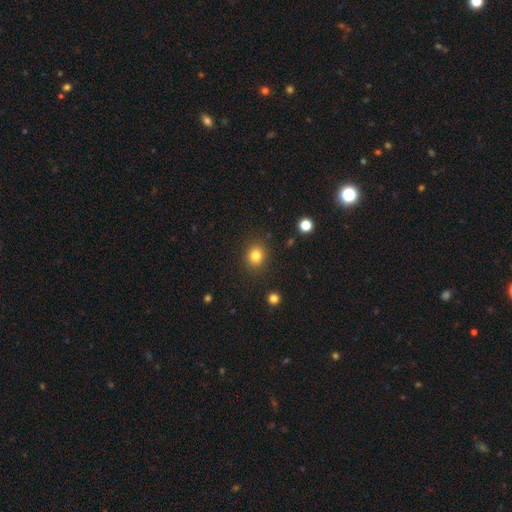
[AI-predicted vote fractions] Overall: smooth (82%). How rounded: round (78%). Merging: none (88%).